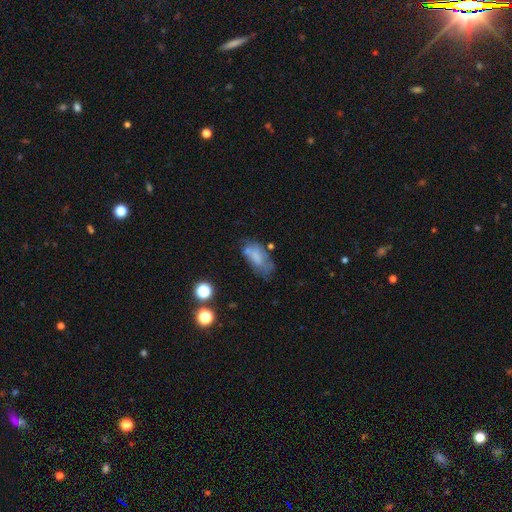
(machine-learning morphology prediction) The model was most divided on "merging": none: 45%, minor disturbance: 29%, major disturbance: 17%, merger: 9%. More confident: how rounded — in between (88%); smooth or featured — smooth (61%).